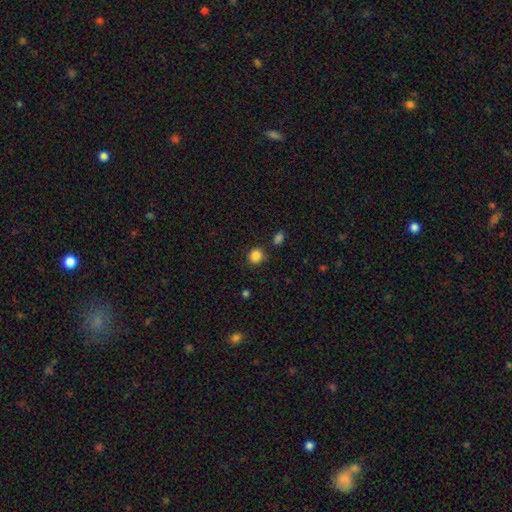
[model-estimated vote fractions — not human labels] This is clearly a smooth galaxy (85%). How rounded: clearly round (83%). Merging: clearly none (82%).